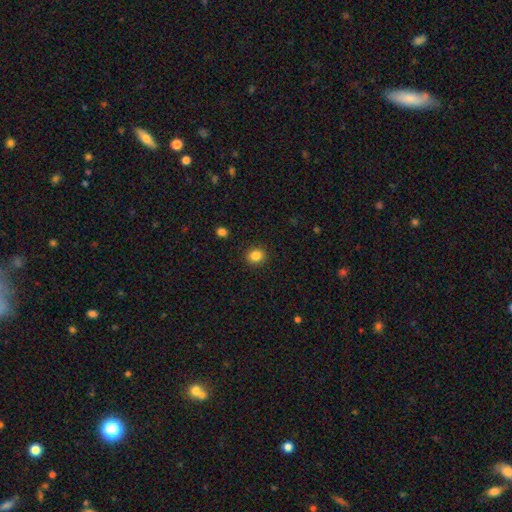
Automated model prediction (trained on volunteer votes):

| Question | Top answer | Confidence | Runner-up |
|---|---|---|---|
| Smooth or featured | smooth | 85% | star or artifact (11%) |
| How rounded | round | 70% | in between (29%) |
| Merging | none | 91% | minor disturbance (6%) |